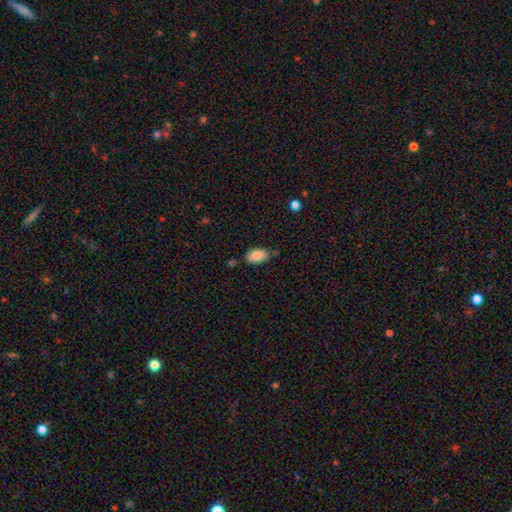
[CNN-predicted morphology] Q: Smooth or featured?
A: smooth (85%); runner-up: featured or disk (8%)
Q: How rounded?
A: in between (93%); runner-up: round (5%)
Q: Merging?
A: none (72%); runner-up: minor disturbance (20%)